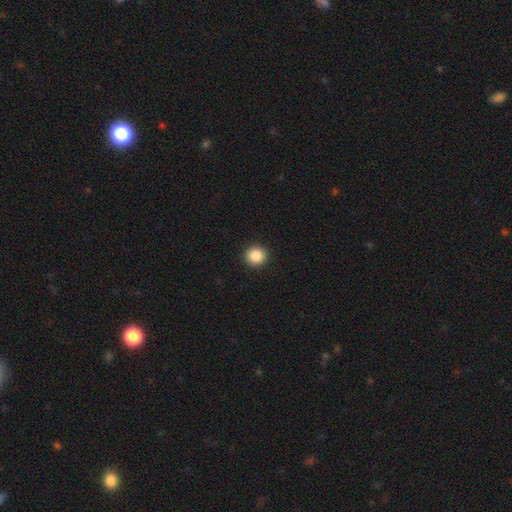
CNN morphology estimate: type=smooth (87%); roundness=round (95%); merging=none (93%).